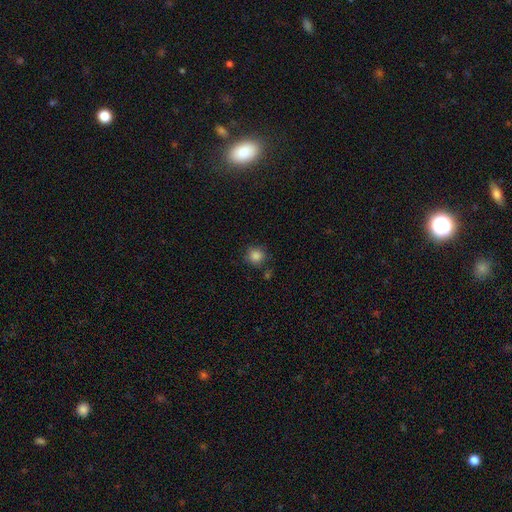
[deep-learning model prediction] This appears to be a smooth galaxy with no disk features (85%) that is round (90%). Merging: none (79%).